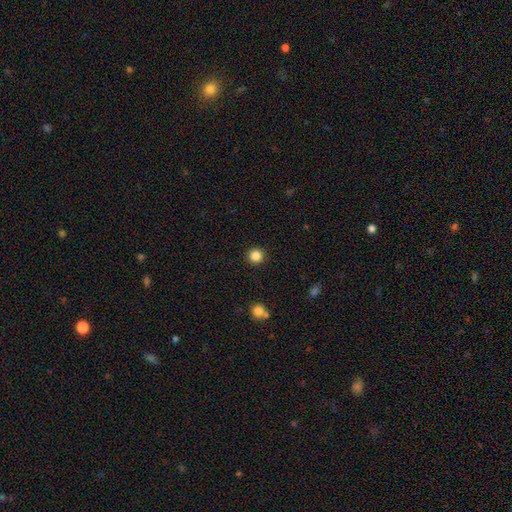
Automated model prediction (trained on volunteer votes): Smooth or featured? Predicted: smooth (p=0.85). How rounded? Predicted: round (p=0.95). Merging? Predicted: none (p=0.92).